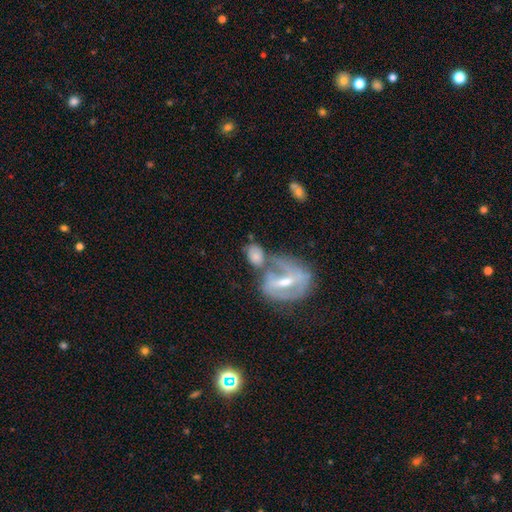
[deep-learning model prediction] Smooth or featured? smooth (57%)
How rounded? in between (71%)
Merging? merger (43%)